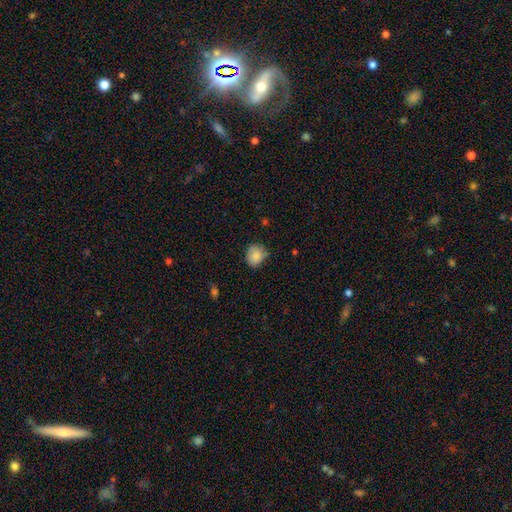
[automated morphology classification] smooth_or_featured: smooth (p=0.84) [alt: star or artifact p=0.09]
how_rounded: round (p=0.69) [alt: in between p=0.30]
merging: none (p=0.66) [alt: minor disturbance p=0.27]